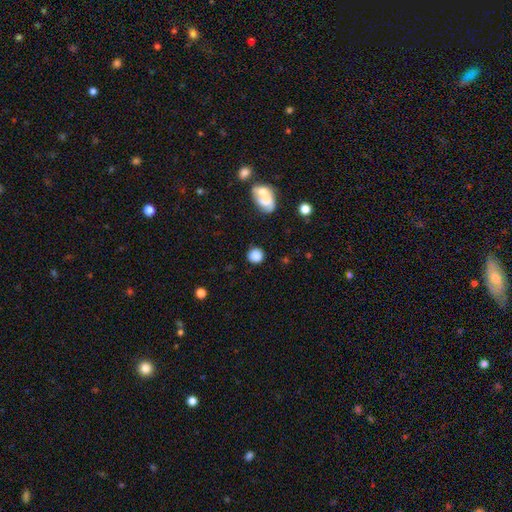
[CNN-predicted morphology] Smooth or featured: smooth — 85% (star or artifact — 10%)
How rounded: round — 89% (in between — 10%)
Merging: none — 82% (minor disturbance — 9%)